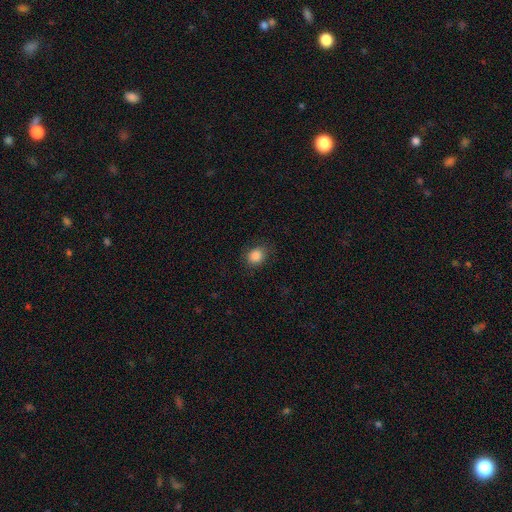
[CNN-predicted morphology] smooth 86%, star or artifact 10%, featured or disk 4%. Down the decision tree: how rounded — round (63%); merging — none (82%).